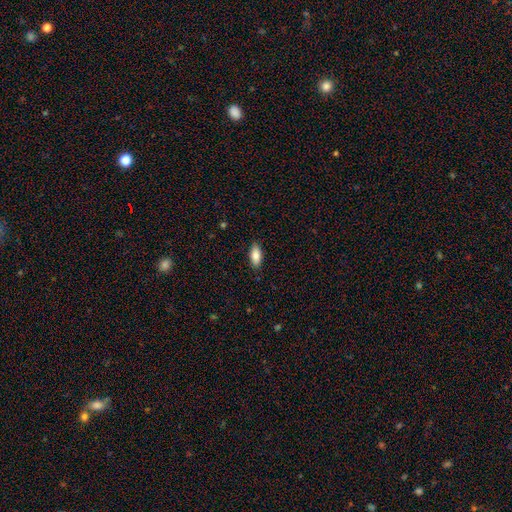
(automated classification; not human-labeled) Smooth or featured? Predicted: smooth (p=0.86). How rounded? Predicted: in between (p=0.84). Merging? Predicted: none (p=0.87).